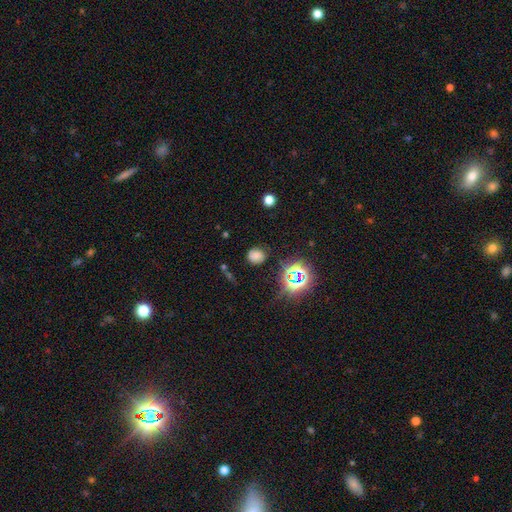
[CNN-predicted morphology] smooth_or_featured: smooth (p=0.64) [alt: star or artifact p=0.26]
how_rounded: round (p=0.74) [alt: in between p=0.24]
merging: none (p=0.77) [alt: minor disturbance p=0.15]